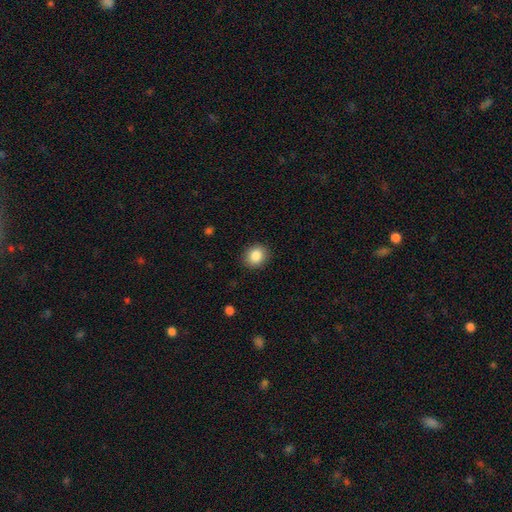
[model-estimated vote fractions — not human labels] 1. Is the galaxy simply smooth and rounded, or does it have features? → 86% smooth, 9% star or artifact, 5% featured or disk.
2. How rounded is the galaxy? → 71% round, 28% in between, 1% cigar-shaped.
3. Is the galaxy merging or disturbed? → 89% none, 8% minor disturbance, 2% major disturbance, 1% merger.